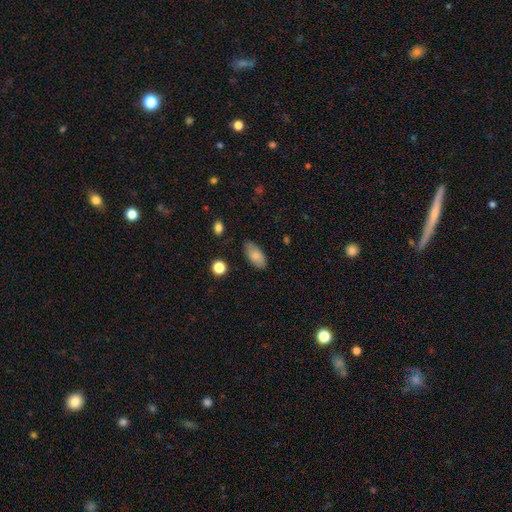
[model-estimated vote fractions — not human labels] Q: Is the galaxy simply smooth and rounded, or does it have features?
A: smooth — 82%.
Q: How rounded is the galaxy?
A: in between — 93%.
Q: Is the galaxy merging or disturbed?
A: none — 82%.